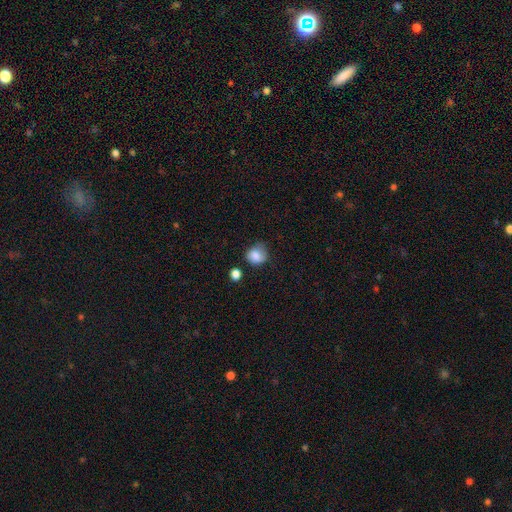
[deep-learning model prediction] This is clearly a smooth galaxy (83%). How rounded: likely round (71%). Merging: possibly none (54%).